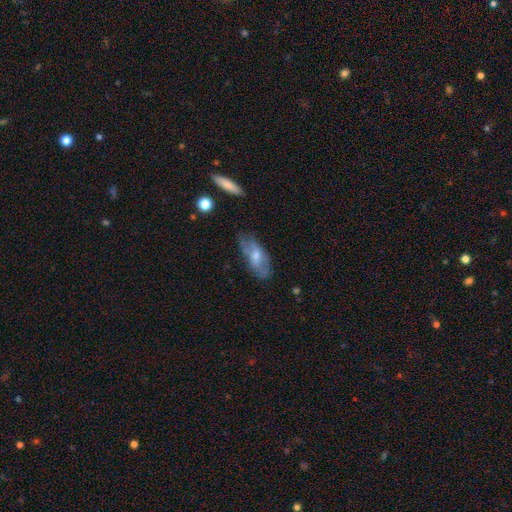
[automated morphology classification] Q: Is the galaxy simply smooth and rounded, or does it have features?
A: smooth — 48%.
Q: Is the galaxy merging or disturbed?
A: none — 64%.